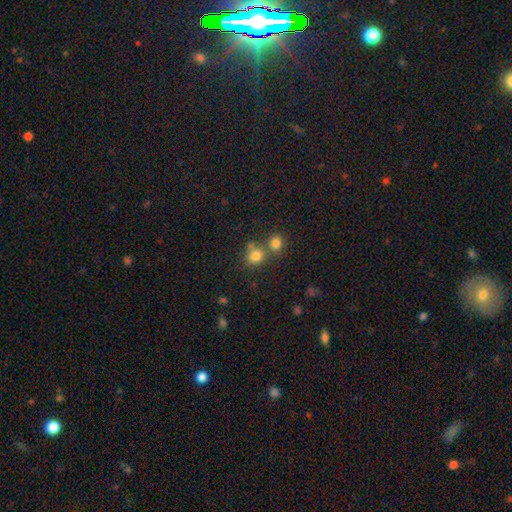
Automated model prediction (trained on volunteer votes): The model was most divided on "merging": none: 54%, merger: 33%, minor disturbance: 9%, major disturbance: 4%. More confident: smooth or featured — smooth (78%); how rounded — round (78%).